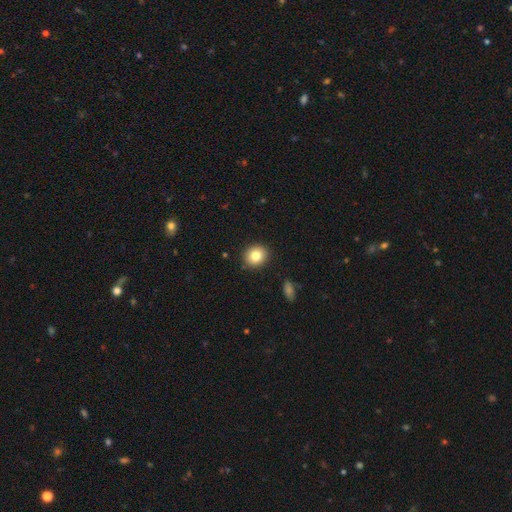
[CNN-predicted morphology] A smooth galaxy with no disk features (81%) that is round (83%).

Vote fractions:
- Smooth or featured? smooth: 81% / star or artifact: 10% / featured or disk: 9%
- How rounded? round: 83% / in between: 16% / cigar-shaped: 1%
- Merging? none: 90% / minor disturbance: 7% / major disturbance: 2% / merger: 1%